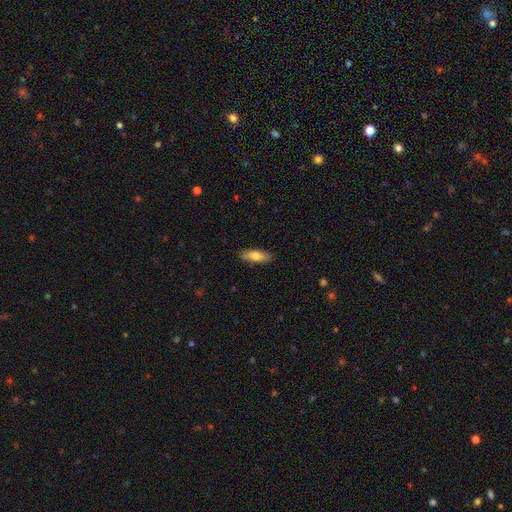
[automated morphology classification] type=smooth (73%); roundness=in between (67%); merging=none (88%).